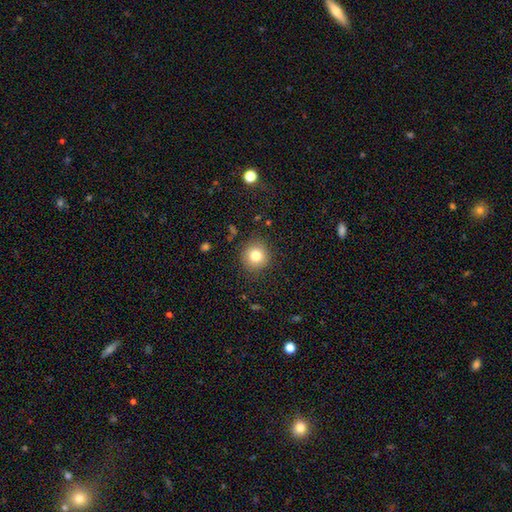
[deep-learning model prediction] Q: Smooth or featured?
A: smooth (80%); runner-up: star or artifact (12%)
Q: How rounded?
A: round (93%); runner-up: in between (6%)
Q: Merging?
A: none (88%); runner-up: minor disturbance (8%)